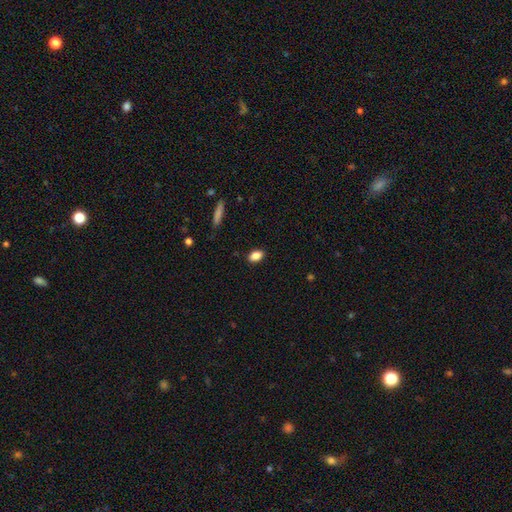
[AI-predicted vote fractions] Overall: smooth (86%). How rounded: in between (87%). Merging: none (88%).